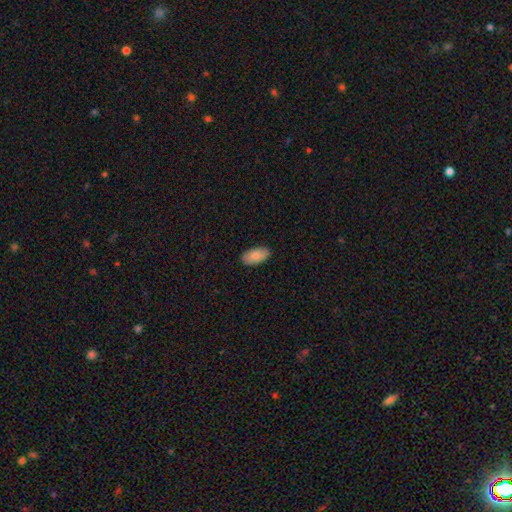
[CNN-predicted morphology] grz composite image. It shows a smooth galaxy with no disk features (87%) that is in between round and cigar-shaped (95%). Merging: none (88%).